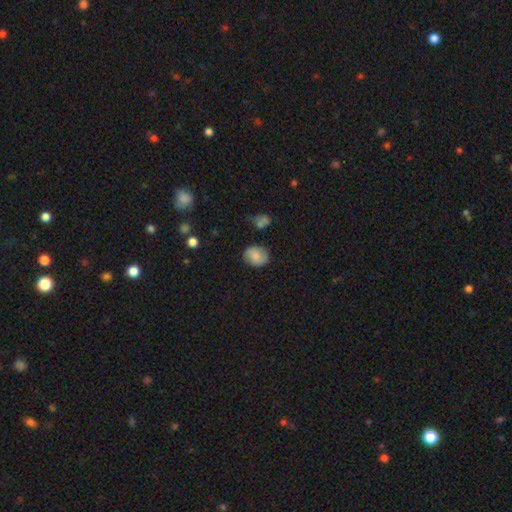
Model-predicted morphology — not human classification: Overall: smooth (79%). How rounded: round (55%; in between 44%). Merging: none (80%).